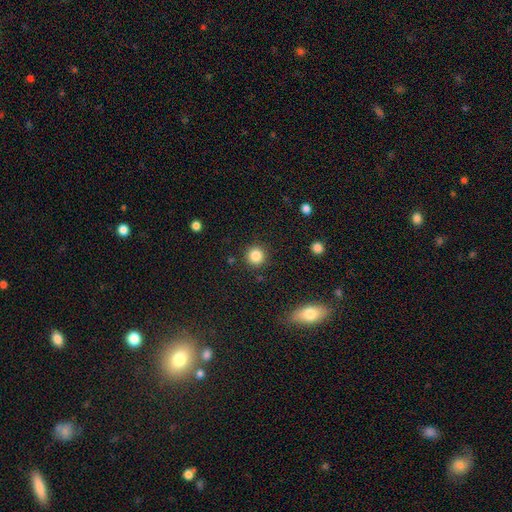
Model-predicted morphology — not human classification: smooth_or_featured: smooth (p=0.85) [alt: star or artifact p=0.11]
how_rounded: round (p=0.94) [alt: in between p=0.05]
merging: none (p=0.90) [alt: minor disturbance p=0.06]